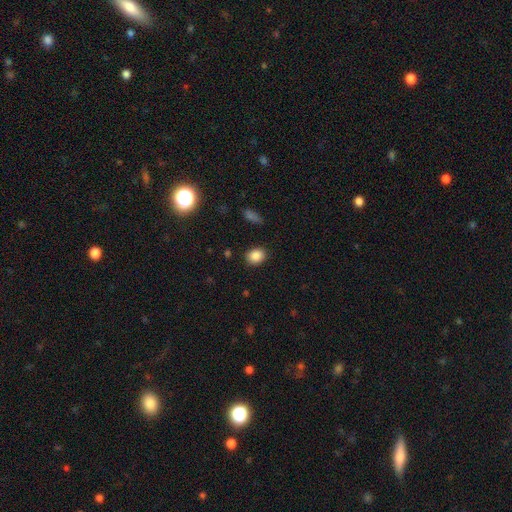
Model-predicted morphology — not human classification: The model was most divided on "how rounded": in between: 53%, round: 46%, cigar-shaped: 1%. More confident: merging — none (88%); smooth or featured — smooth (86%).